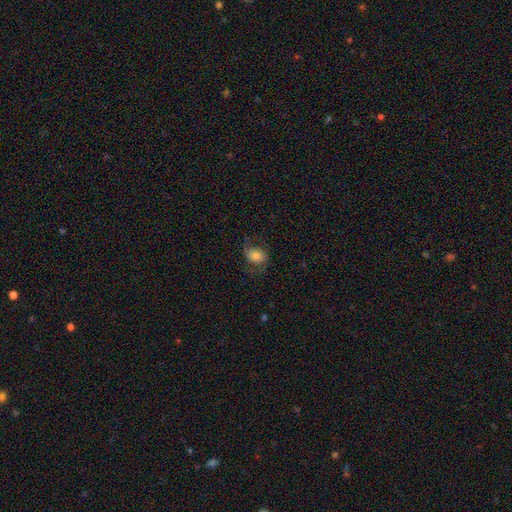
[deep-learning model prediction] A featured or disk galaxy (48%). Merging: none (66%).